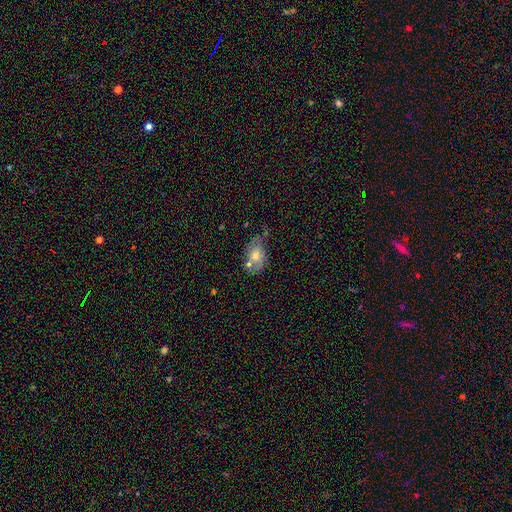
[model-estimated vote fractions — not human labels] Smooth or featured: smooth — 52% (featured or disk — 39%)
How rounded: in between — 82% (round — 16%)
Merging: none — 42% (minor disturbance — 28%)